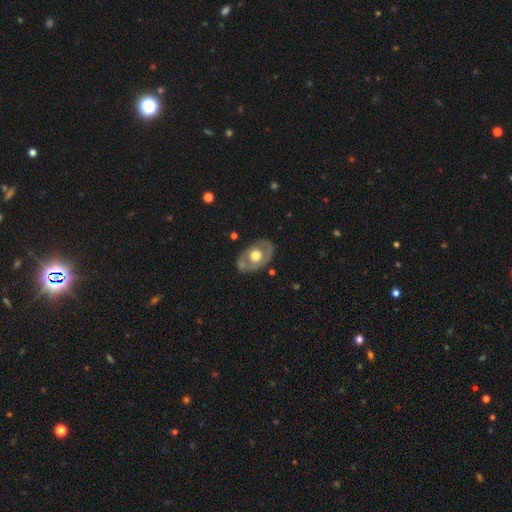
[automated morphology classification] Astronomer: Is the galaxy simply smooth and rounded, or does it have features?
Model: featured or disk — 54% (runner-up: smooth, 41%).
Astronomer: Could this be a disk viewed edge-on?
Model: no — 91%.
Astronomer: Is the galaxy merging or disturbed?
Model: none — 74%.